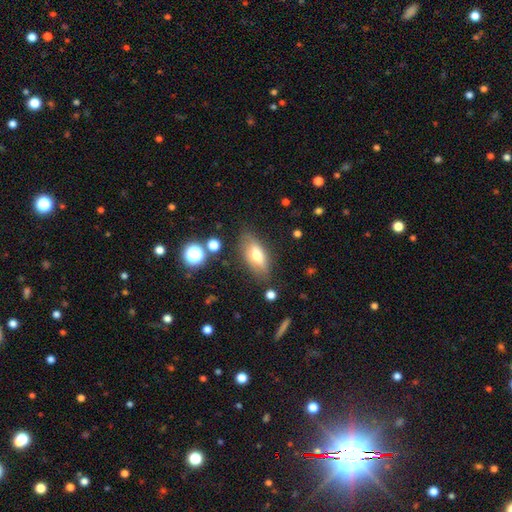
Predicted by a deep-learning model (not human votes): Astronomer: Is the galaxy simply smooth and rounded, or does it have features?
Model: smooth — 63%.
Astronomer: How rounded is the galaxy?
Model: in between — 78%.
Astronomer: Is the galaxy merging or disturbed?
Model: none — 77%.